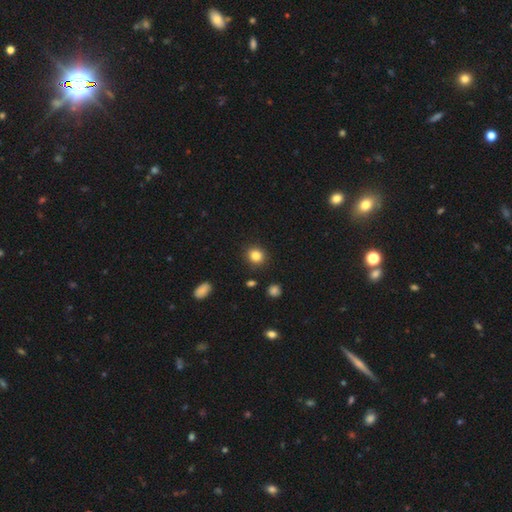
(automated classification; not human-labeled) A smooth galaxy with no disk features (84%) that is round (83%). Merging: none (90%).